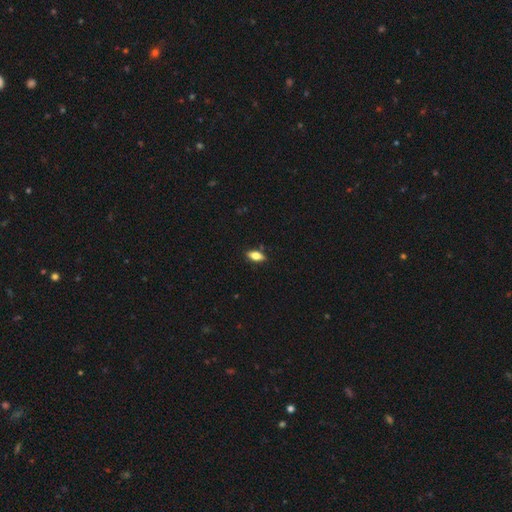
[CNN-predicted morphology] This appears to be a smooth galaxy with no disk features (73%) that is in between round and cigar-shaped (85%). Merging: none (85%).